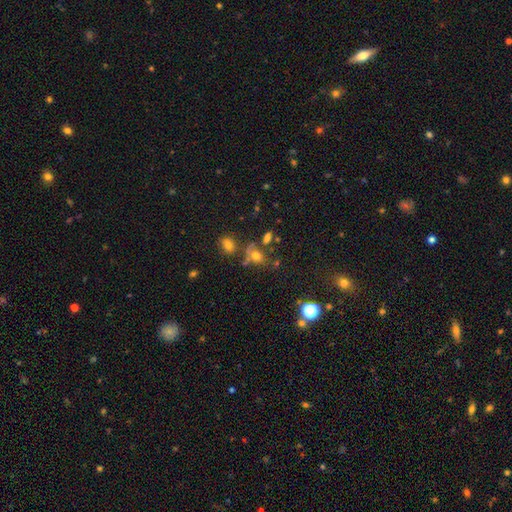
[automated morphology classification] This appears to be a smooth galaxy with no disk features (57%) that is in between round and cigar-shaped (57%). Merging: none (50%).